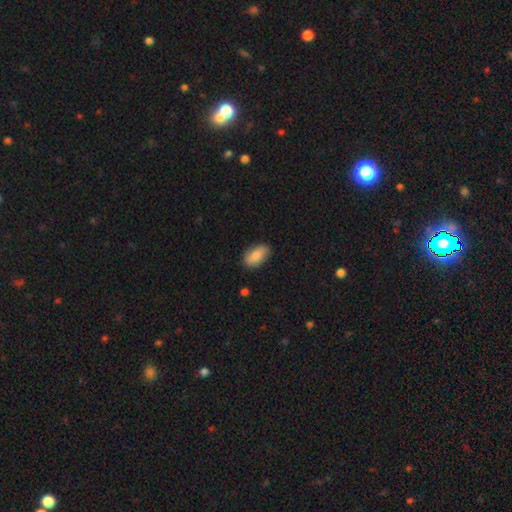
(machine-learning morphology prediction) Overall: smooth (84%). How rounded: in between (93%). Merging: none (84%).